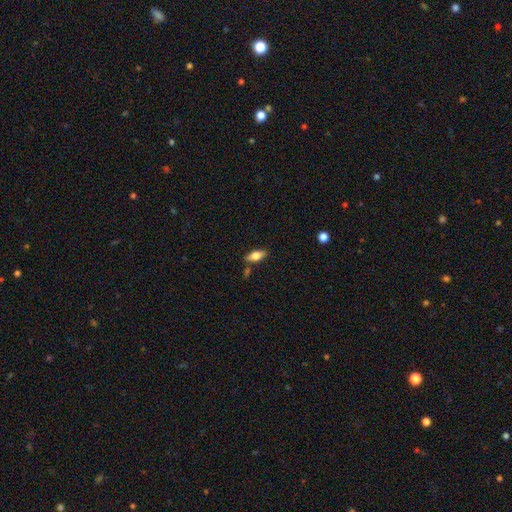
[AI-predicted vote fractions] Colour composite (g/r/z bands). It shows a smooth galaxy with no disk features (69%) that is in between round and cigar-shaped (79%). Merging: none (80%).